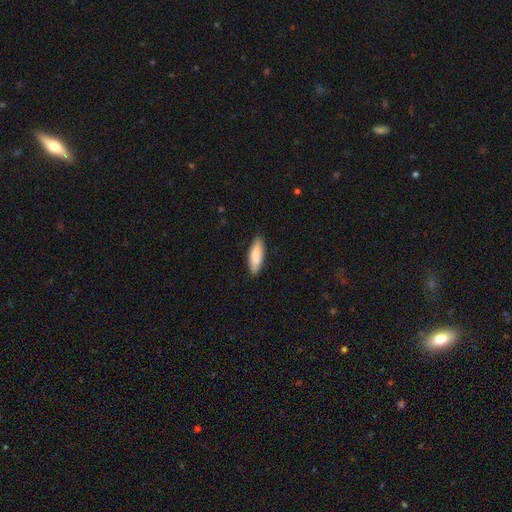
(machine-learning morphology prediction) Smooth or featured?
  - smooth: 84% *
  - featured or disk: 10%
  - star or artifact: 5%
How rounded?
  - in between: 59% *
  - cigar-shaped: 39%
  - round: 2%
Merging?
  - none: 86% *
  - minor disturbance: 12%
  - major disturbance: 2%
  - merger: 1%